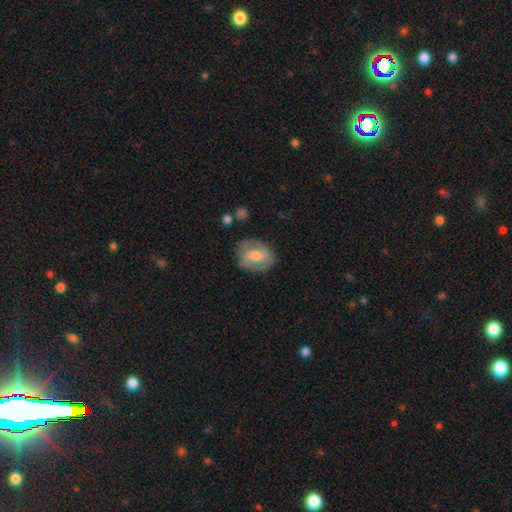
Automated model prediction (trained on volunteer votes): The model was most divided on "bar": weak: 46%, no: 27%, strong: 26%. More confident: edge-on disk — no (96%); merging — none (75%); spiral arms — yes (72%); bulge size — moderate (66%); smooth or featured — featured or disk (61%).